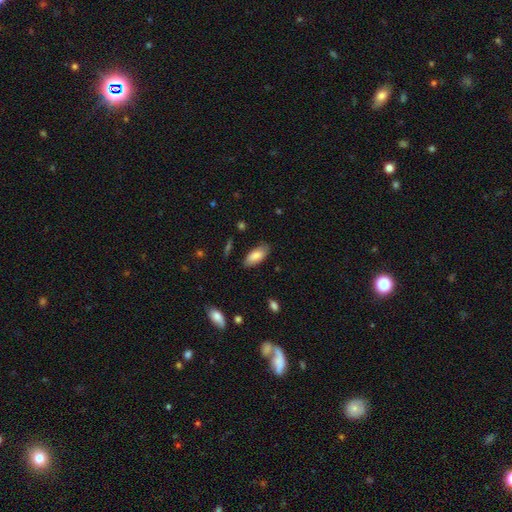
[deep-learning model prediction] Smooth or featured? smooth (82%)
How rounded? in between (88%)
Merging? none (79%)